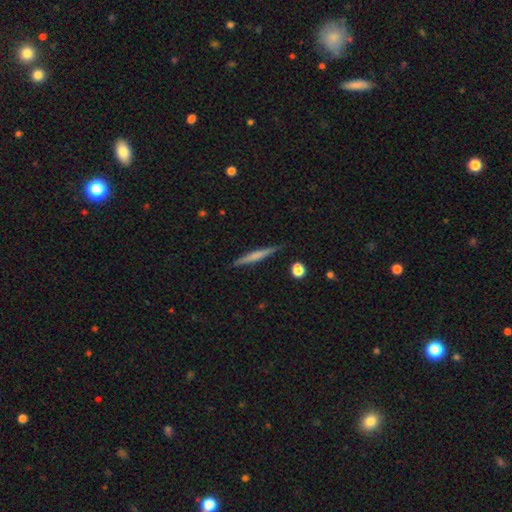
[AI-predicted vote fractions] This is possibly a featured or disk galaxy (49%). Merging: clearly none (89%).